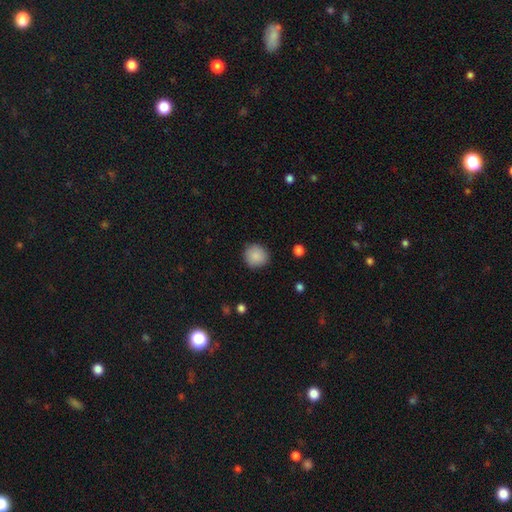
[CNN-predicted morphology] Smooth or featured: smooth — 87% (star or artifact — 8%)
How rounded: round — 90% (in between — 9%)
Merging: none — 87% (minor disturbance — 10%)